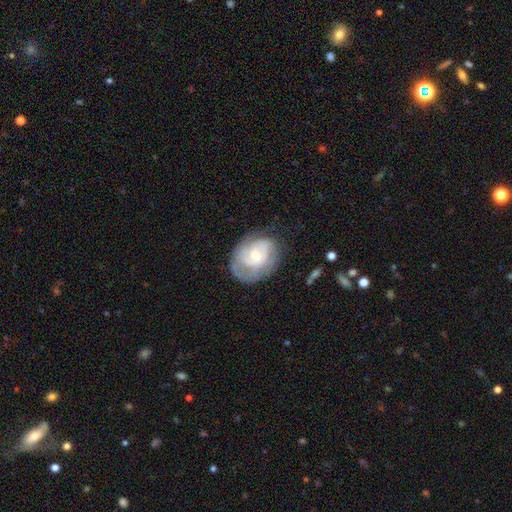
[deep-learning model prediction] This appears to be a featured or disk galaxy (66%) with no bar (66%), spiral arms (77%) and a moderate central bulge (54%). Merging: none (61%).